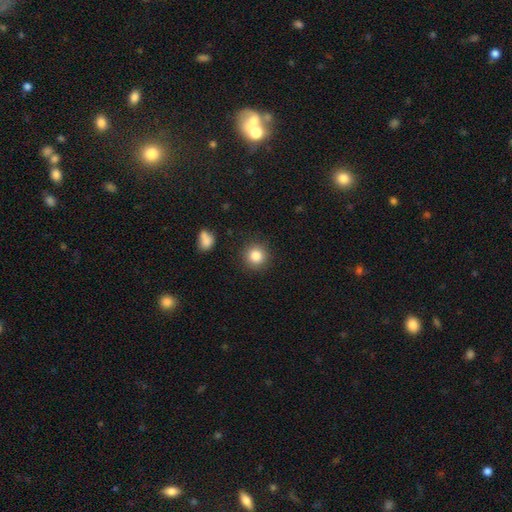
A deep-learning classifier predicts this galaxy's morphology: Q: Smooth or featured?
A: smooth (85%); runner-up: star or artifact (10%)
Q: How rounded?
A: round (93%); runner-up: in between (6%)
Q: Merging?
A: none (89%); runner-up: minor disturbance (7%)